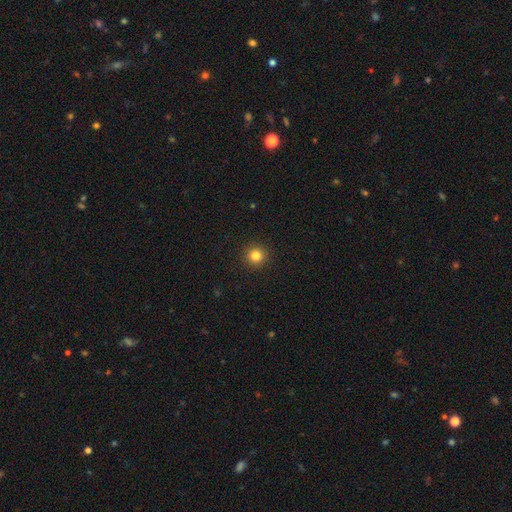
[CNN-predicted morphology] The model was most divided on "smooth or featured": smooth: 83%, star or artifact: 12%, featured or disk: 5%. More confident: how rounded — round (95%); merging — none (93%).